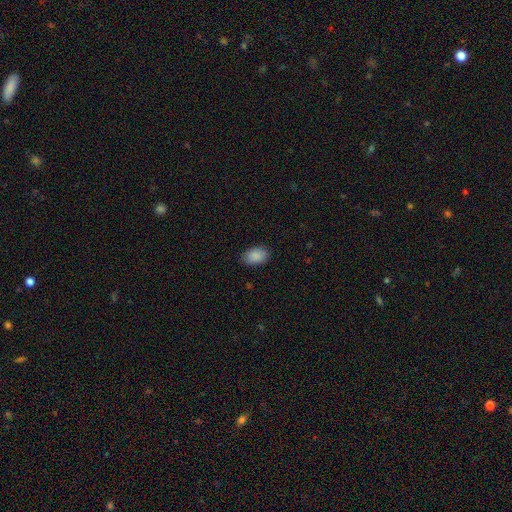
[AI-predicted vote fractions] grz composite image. It shows a smooth galaxy with no disk features (89%) that is in between round and cigar-shaped (86%). Merging: none (85%).